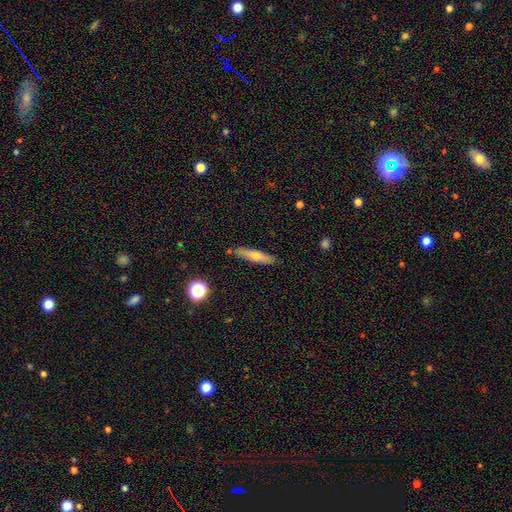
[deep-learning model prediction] smooth 62%, featured or disk 31%, star or artifact 7%. Down the decision tree: how rounded — cigar-shaped (83%); merging — none (86%).